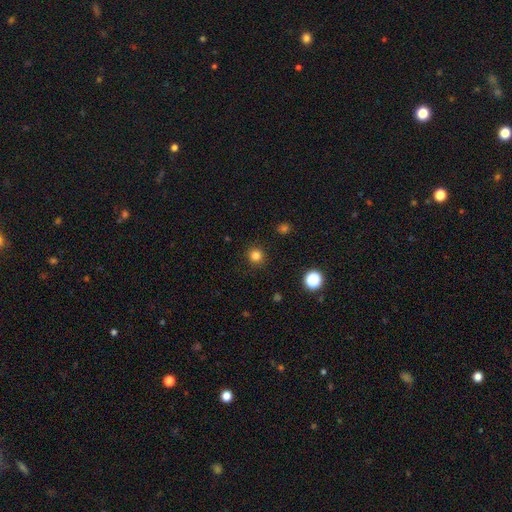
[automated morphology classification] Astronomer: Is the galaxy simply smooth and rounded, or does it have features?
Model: smooth — 82%.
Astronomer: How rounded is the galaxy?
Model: round — 95%.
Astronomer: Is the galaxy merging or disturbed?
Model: none — 91%.